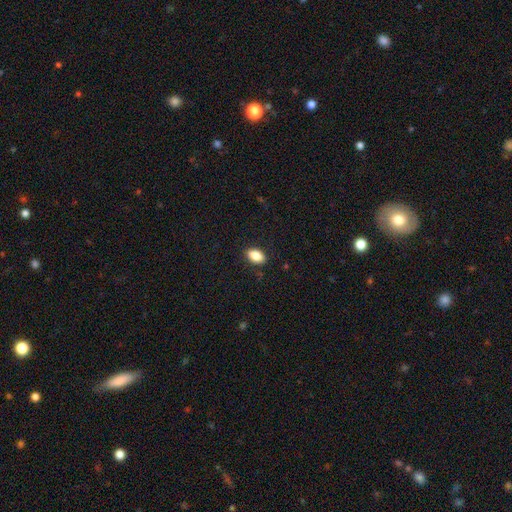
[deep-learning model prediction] Smooth or featured? Predicted: smooth (p=0.86). How rounded? Predicted: in between (p=0.91). Merging? Predicted: none (p=0.88).